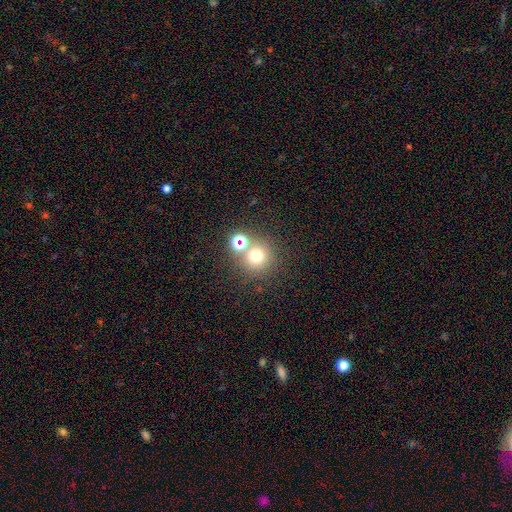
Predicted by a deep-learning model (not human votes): The model was most divided on "smooth or featured": smooth: 68%, star or artifact: 23%, featured or disk: 9%. More confident: how rounded — round (93%); merging — none (69%).